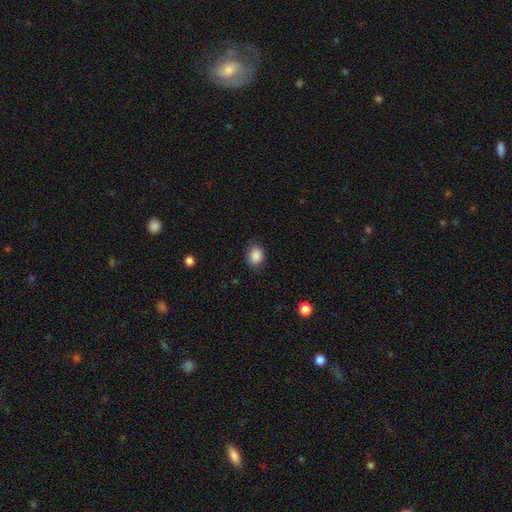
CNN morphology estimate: The model was most divided on "how rounded": round: 57%, in between: 42%, cigar-shaped: 1%. More confident: smooth or featured — smooth (88%); merging — none (83%).